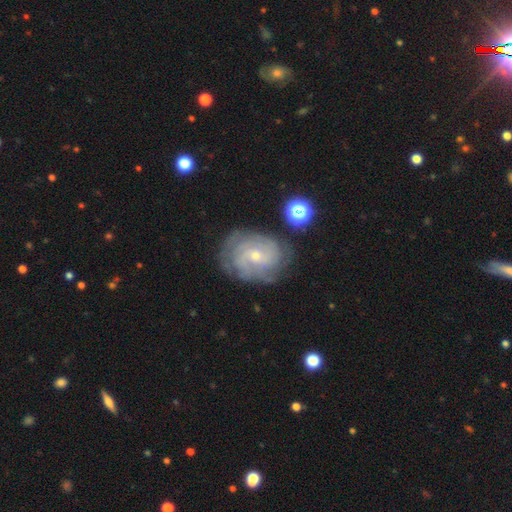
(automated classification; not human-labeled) Smooth or featured? Predicted: featured or disk (p=0.81). Edge-on disk? Predicted: no (p=0.97). Bar? Predicted: no (p=0.59). Spiral arms? Predicted: yes (p=0.93). Spiral winding? Predicted: tight (p=0.63). Spiral arm count? Predicted: can't tell (p=0.40). Bulge size? Predicted: small (p=0.71). Merging? Predicted: none (p=0.73).